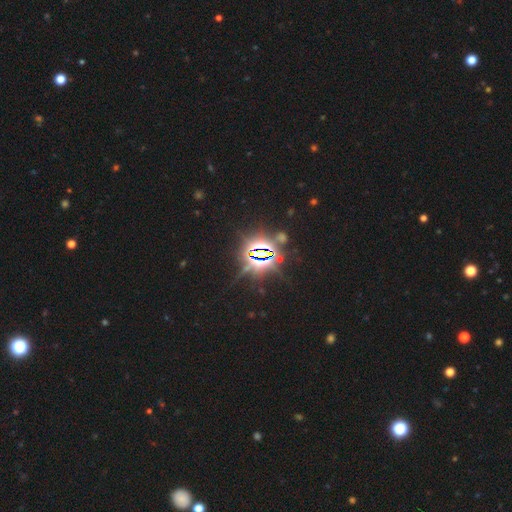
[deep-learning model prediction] A star or artifact, not a galaxy (86%).

Vote fractions:
- Smooth or featured? star or artifact: 86% / smooth: 8% / featured or disk: 6%